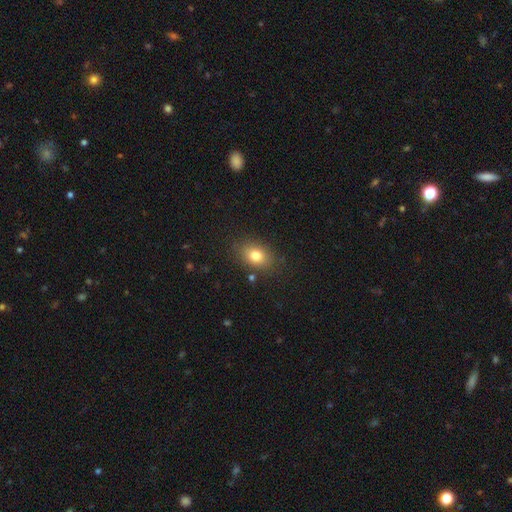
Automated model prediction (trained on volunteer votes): Smooth or featured?
  - smooth: 79% *
  - star or artifact: 11%
  - featured or disk: 10%
How rounded?
  - in between: 73% *
  - round: 25%
  - cigar-shaped: 1%
Merging?
  - none: 83% *
  - minor disturbance: 11%
  - major disturbance: 3%
  - merger: 2%